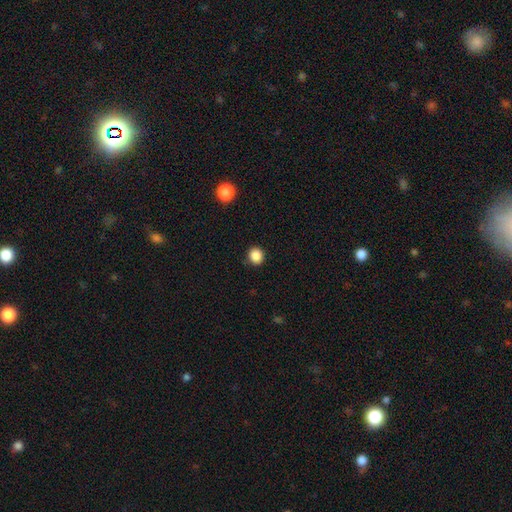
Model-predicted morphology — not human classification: This is clearly a smooth galaxy (87%). How rounded: clearly round (88%). Merging: clearly none (91%).